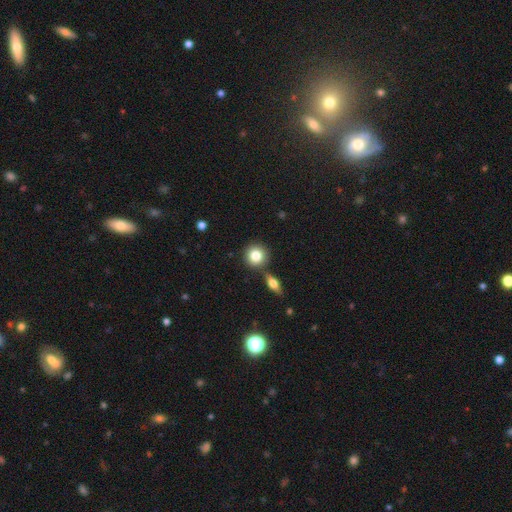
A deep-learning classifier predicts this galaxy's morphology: smooth 81%, featured or disk 10%, star or artifact 9%. Down the decision tree: how rounded — round (90%); merging — none (76%).